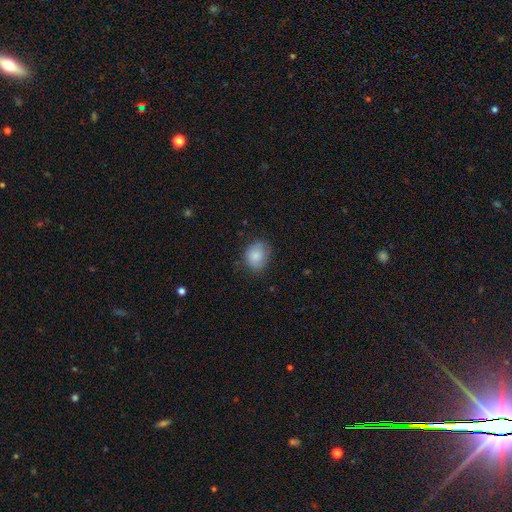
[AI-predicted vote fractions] smooth_or_featured: smooth (p=0.83) [alt: featured or disk p=0.10]
how_rounded: round (p=0.59) [alt: in between p=0.40]
merging: none (p=0.70) [alt: minor disturbance p=0.23]